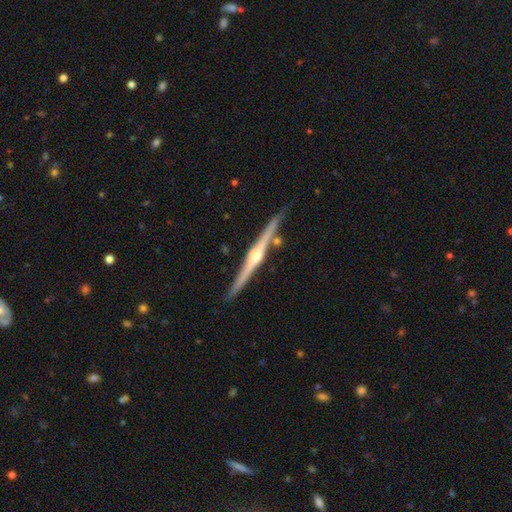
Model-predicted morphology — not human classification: This is clearly a featured or disk galaxy (86%). It is clearly viewed edge-on (98%). Edge-on bulge: clearly rounded (88%). Merging: clearly none (85%).